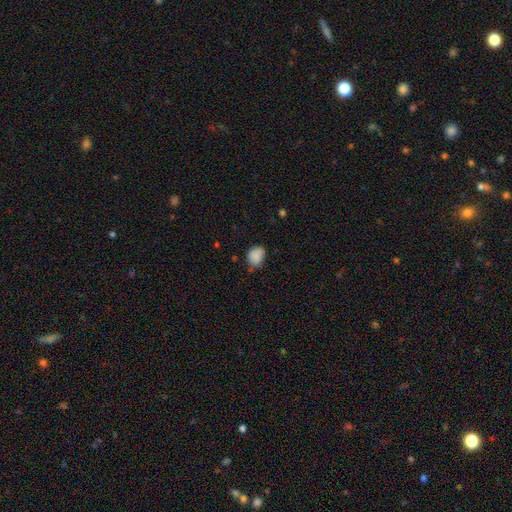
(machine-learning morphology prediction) smooth 86%, star or artifact 9%, featured or disk 5%. Down the decision tree: how rounded — round (52%); merging — none (60%).